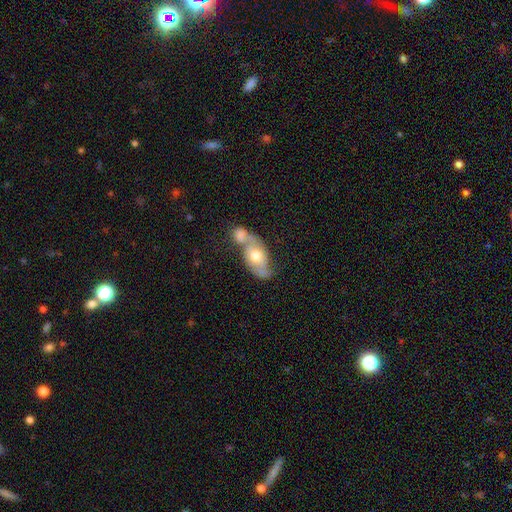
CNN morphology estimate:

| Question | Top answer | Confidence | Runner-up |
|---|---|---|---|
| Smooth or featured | featured or disk | 55% | smooth (38%) |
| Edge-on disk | no | 87% | yes (13%) |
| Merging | merger | 54% | none (27%) |